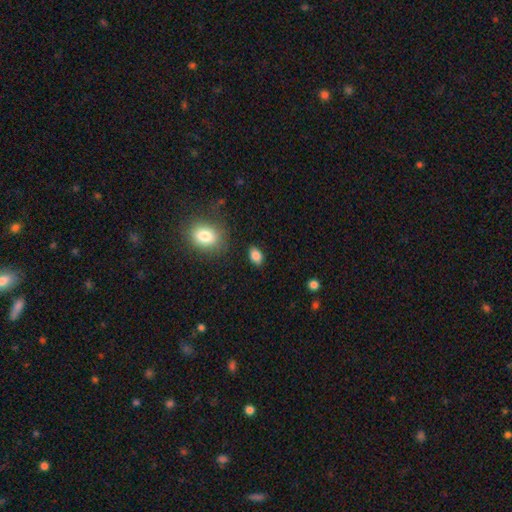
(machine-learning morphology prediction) smooth_or_featured: smooth (p=0.85) [alt: star or artifact p=0.09]
how_rounded: in between (p=0.85) [alt: round p=0.13]
merging: none (p=0.85) [alt: minor disturbance p=0.11]